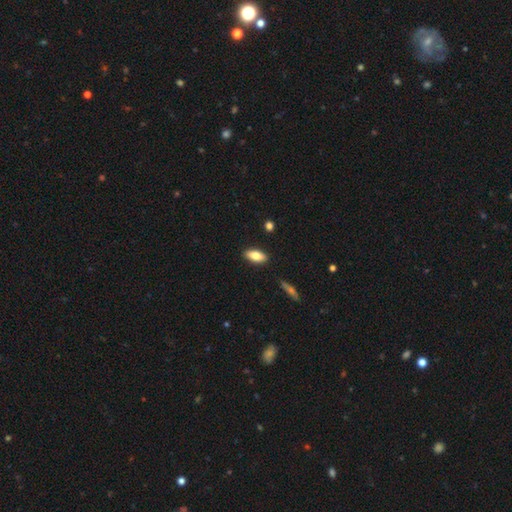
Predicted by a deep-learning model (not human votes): A smooth galaxy with no disk features (79%) that is in between round and cigar-shaped (85%). Merging: none (89%).